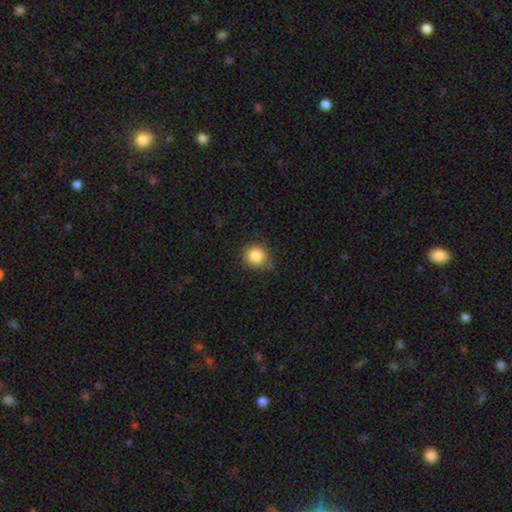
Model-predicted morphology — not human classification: type=smooth (85%); roundness=round (87%); merging=none (65%).